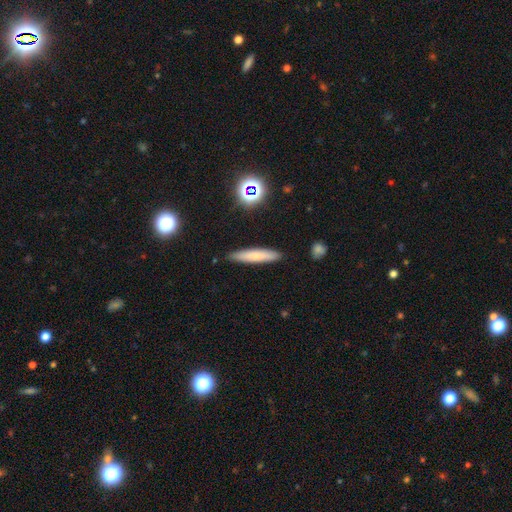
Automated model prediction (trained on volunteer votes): Smooth or featured? smooth (70%)
How rounded? cigar-shaped (90%)
Merging? none (89%)